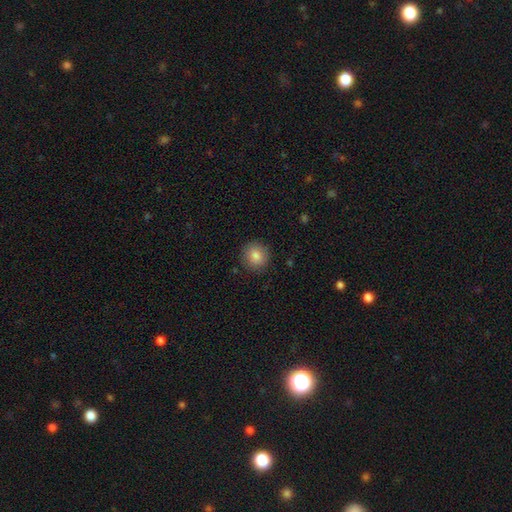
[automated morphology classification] Smooth or featured?
  - smooth: 85% *
  - star or artifact: 9%
  - featured or disk: 6%
How rounded?
  - round: 91% *
  - in between: 8%
  - cigar-shaped: 1%
Merging?
  - none: 89% *
  - minor disturbance: 7%
  - major disturbance: 2%
  - merger: 1%